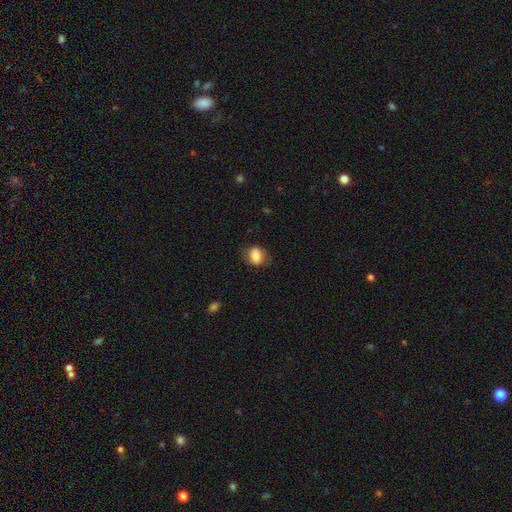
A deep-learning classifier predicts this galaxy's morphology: type=smooth (81%); roundness=in between (57%); merging=none (69%).